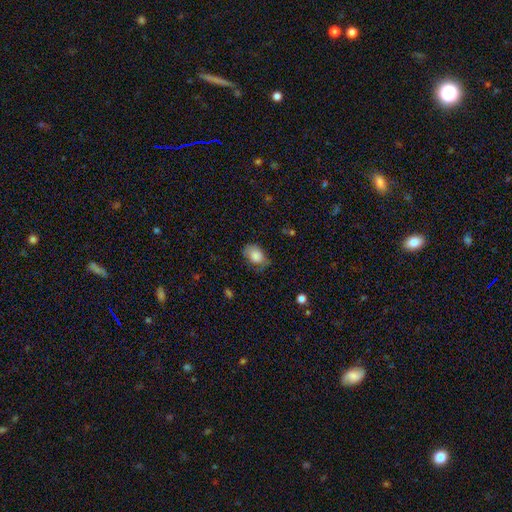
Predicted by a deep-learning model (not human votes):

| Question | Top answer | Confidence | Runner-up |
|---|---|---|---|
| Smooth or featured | smooth | 82% | featured or disk (10%) |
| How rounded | in between | 77% | round (22%) |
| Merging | none | 53% | minor disturbance (33%) |